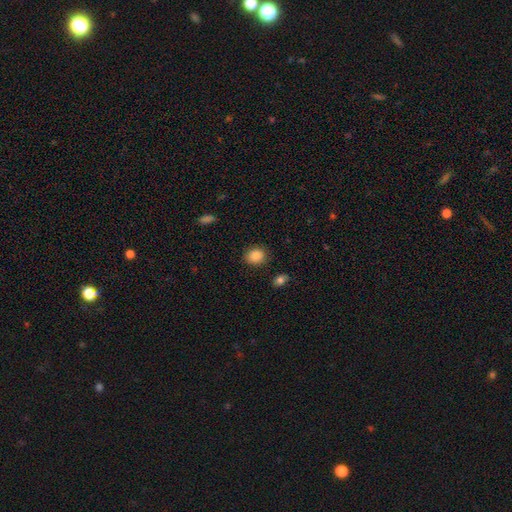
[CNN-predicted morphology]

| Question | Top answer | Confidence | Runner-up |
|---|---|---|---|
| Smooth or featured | smooth | 88% | star or artifact (8%) |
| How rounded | round | 60% | in between (39%) |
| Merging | none | 87% | minor disturbance (8%) |